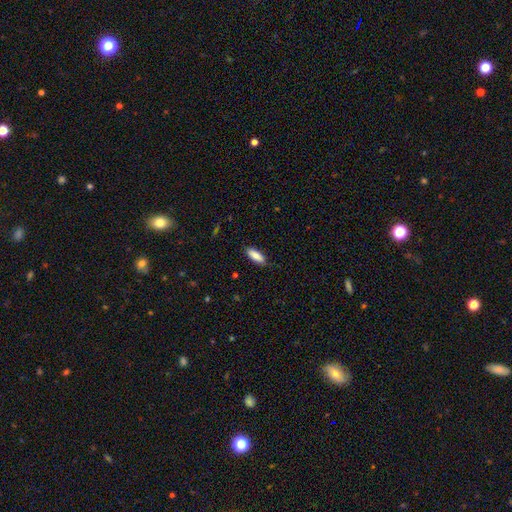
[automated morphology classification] type=smooth (86%); roundness=in between (70%); merging=none (87%).